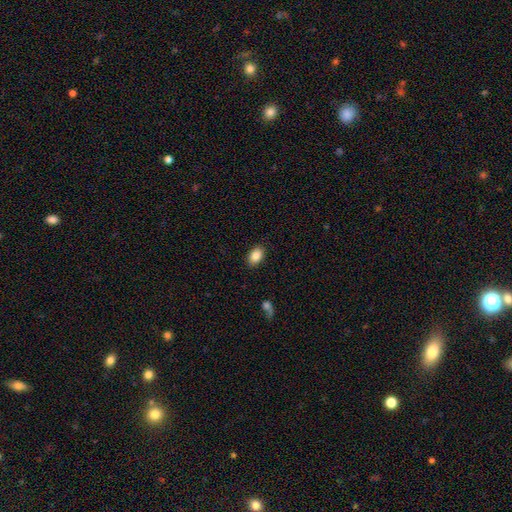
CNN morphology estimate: This appears to be a smooth galaxy with no disk features (87%) that is in between round and cigar-shaped (87%). Merging: none (88%).